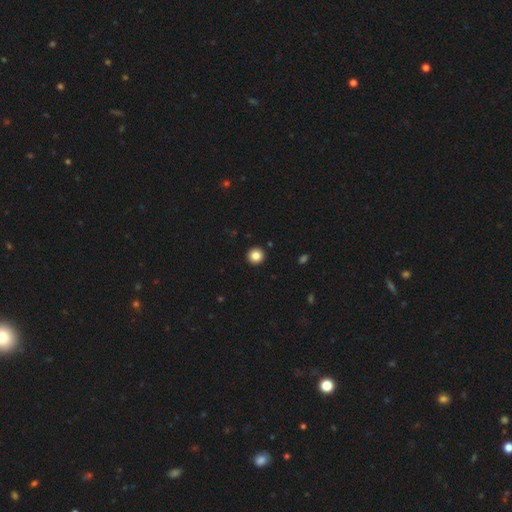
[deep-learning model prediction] This appears to be a smooth galaxy with no disk features (84%) that is round (96%). Merging: none (94%).